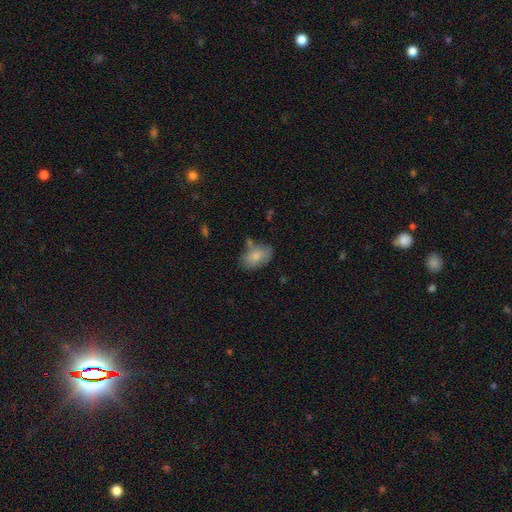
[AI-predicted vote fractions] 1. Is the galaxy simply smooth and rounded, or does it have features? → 78% smooth, 15% featured or disk, 7% star or artifact.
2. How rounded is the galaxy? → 86% in between, 12% round, 1% cigar-shaped.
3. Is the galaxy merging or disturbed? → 57% none, 24% minor disturbance, 11% merger, 7% major disturbance.